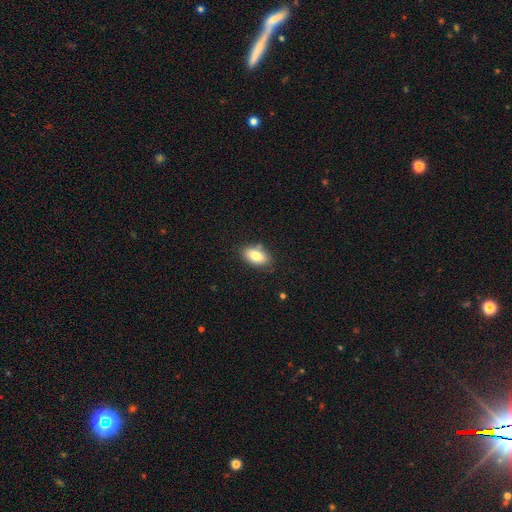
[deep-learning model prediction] Overall: smooth (79%). How rounded: in between (90%). Merging: none (80%).